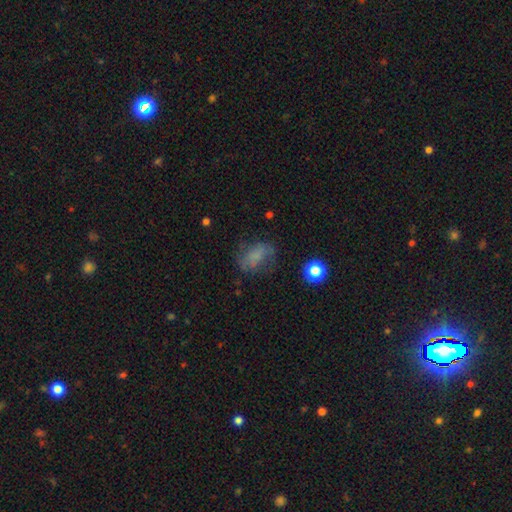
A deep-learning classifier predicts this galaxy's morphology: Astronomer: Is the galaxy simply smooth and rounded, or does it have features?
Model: smooth — 59%.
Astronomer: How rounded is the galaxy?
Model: in between — 79%.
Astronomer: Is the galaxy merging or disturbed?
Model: none — 54%.